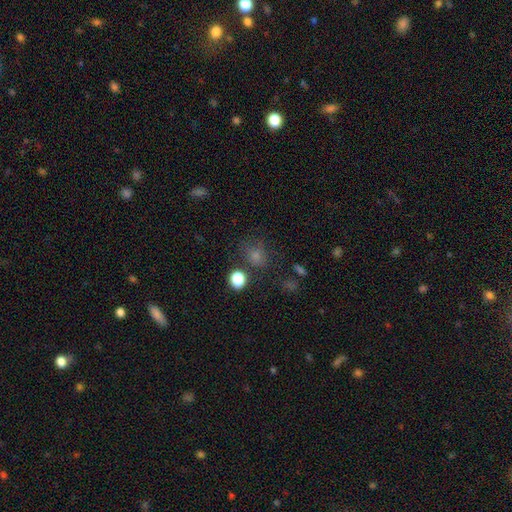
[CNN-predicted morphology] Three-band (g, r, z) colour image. It shows a smooth galaxy with no disk features (61%) that is round (74%). Merging: none (74%).